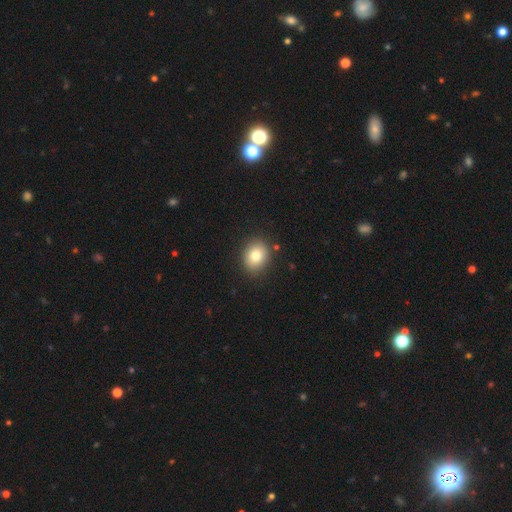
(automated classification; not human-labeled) Overall: smooth (81%). How rounded: round (59%; in between 41%). Merging: none (87%).